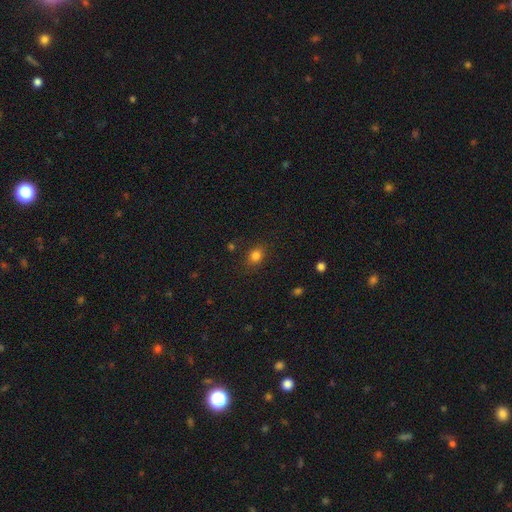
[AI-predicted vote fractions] Morphology: type=smooth (80%); roundness=round (51%); merging=none (81%).